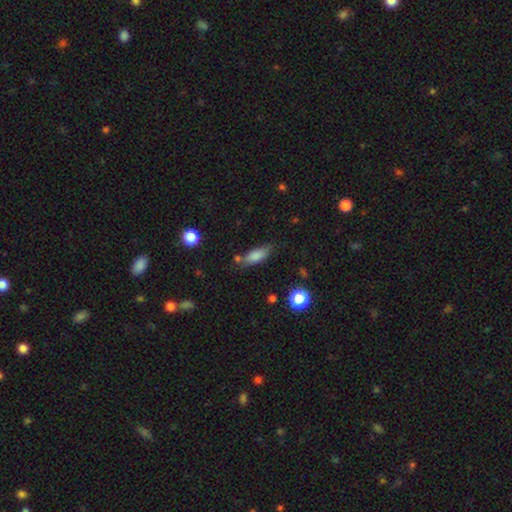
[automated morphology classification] type=smooth (80%); roundness=in between (68%); merging=none (67%).